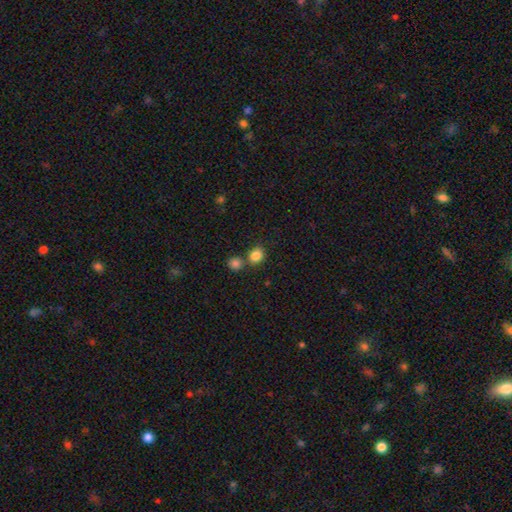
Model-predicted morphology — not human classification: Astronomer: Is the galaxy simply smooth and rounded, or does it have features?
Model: smooth — 84%.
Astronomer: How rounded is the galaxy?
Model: round — 63%.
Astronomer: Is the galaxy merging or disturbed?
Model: none — 63%.